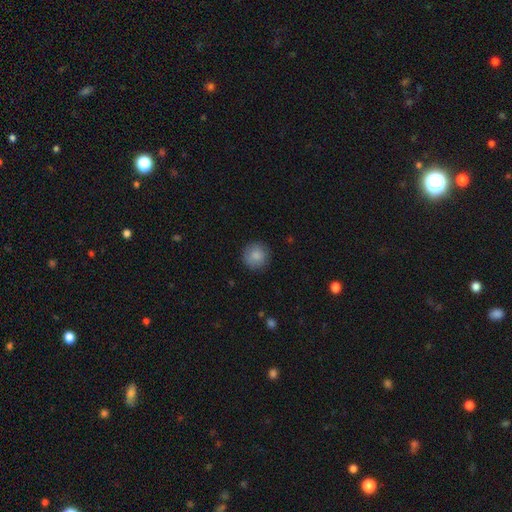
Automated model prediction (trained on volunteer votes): Smooth or featured?
  - smooth: 86% *
  - star or artifact: 8%
  - featured or disk: 6%
How rounded?
  - round: 95% *
  - in between: 4%
  - cigar-shaped: 1%
Merging?
  - none: 90% *
  - minor disturbance: 7%
  - major disturbance: 2%
  - merger: 1%